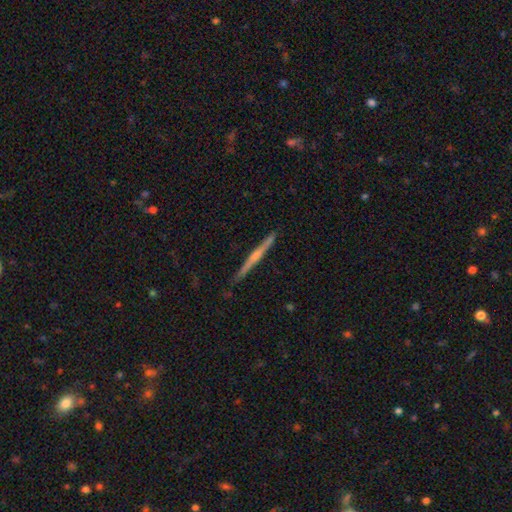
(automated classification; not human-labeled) Smooth or featured? Predicted: featured or disk (p=0.69). Edge-on disk? Predicted: yes (p=0.98). Edge-on bulge? Predicted: rounded (p=0.61). Merging? Predicted: none (p=0.89).